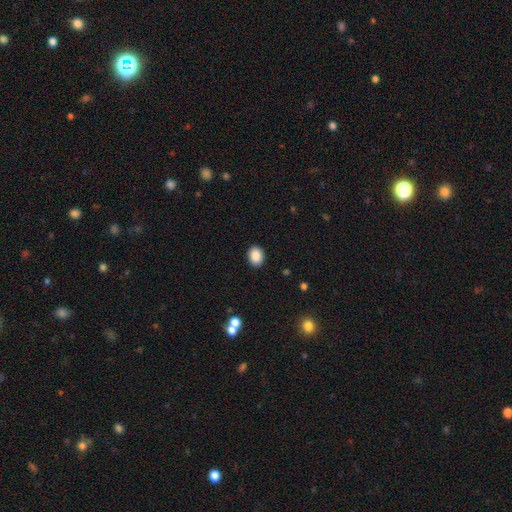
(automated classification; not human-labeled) Morphology: type=smooth (89%); roundness=in between (59%); merging=none (91%).